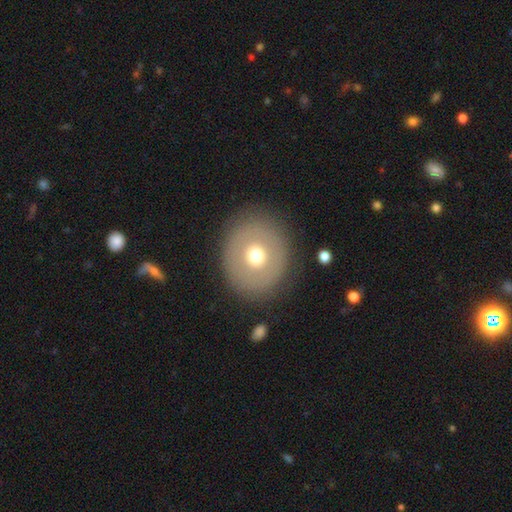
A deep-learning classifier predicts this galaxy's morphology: Q: Smooth or featured?
A: smooth (60%); runner-up: featured or disk (31%)
Q: How rounded?
A: round (79%); runner-up: in between (20%)
Q: Merging?
A: none (85%); runner-up: minor disturbance (8%)